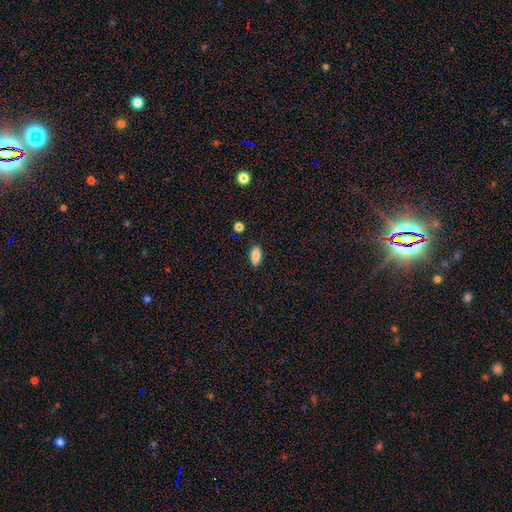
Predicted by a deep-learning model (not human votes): A smooth galaxy with no disk features (85%) that is in between round and cigar-shaped (82%). Merging: none (88%).